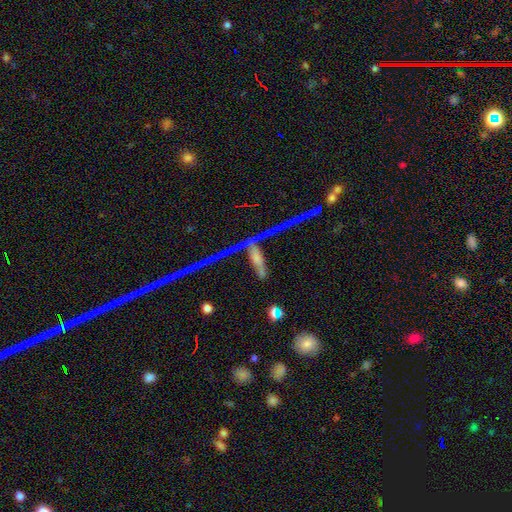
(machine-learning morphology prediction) Smooth or featured: featured or disk — 51% (star or artifact — 27%)
Edge-on disk: yes — 67% (no — 33%)
Merging: none — 44% (major disturbance — 23%)